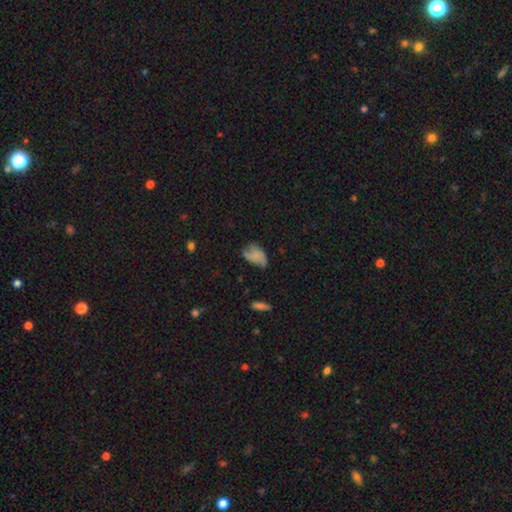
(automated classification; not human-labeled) A smooth galaxy with no disk features (53%) that is in between round and cigar-shaped (86%).

Vote fractions:
- Smooth or featured? smooth: 53% / featured or disk: 37% / star or artifact: 10%
- How rounded? in between: 86% / round: 11% / cigar-shaped: 2%
- Merging? none: 46% / minor disturbance: 34% / major disturbance: 17% / merger: 3%